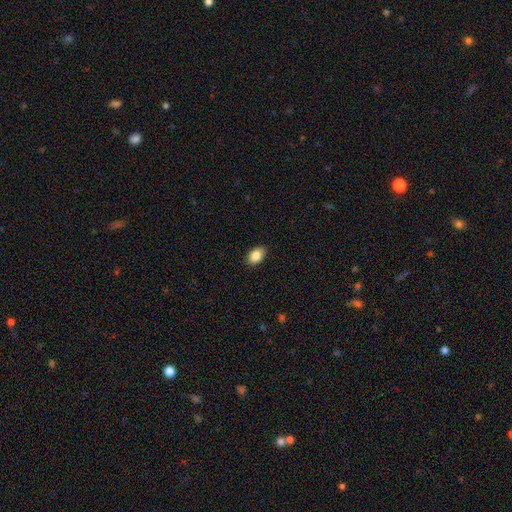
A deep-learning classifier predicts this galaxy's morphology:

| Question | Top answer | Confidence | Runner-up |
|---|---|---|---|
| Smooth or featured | smooth | 87% | star or artifact (8%) |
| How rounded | in between | 88% | round (11%) |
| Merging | none | 88% | minor disturbance (9%) |